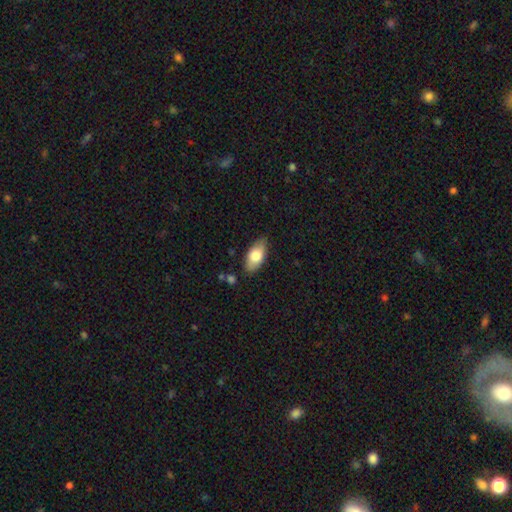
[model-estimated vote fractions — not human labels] Smooth or featured: smooth — 77% (featured or disk — 17%)
How rounded: in between — 90% (cigar-shaped — 7%)
Merging: none — 82% (minor disturbance — 13%)